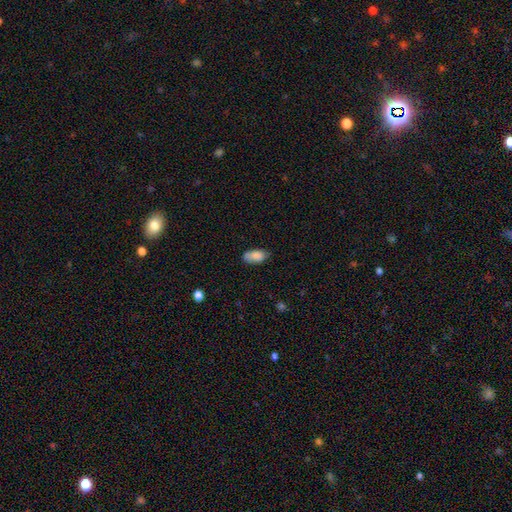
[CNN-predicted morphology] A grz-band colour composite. It shows a smooth galaxy with no disk features (84%) that is in between round and cigar-shaped (92%). Merging: none (67%).